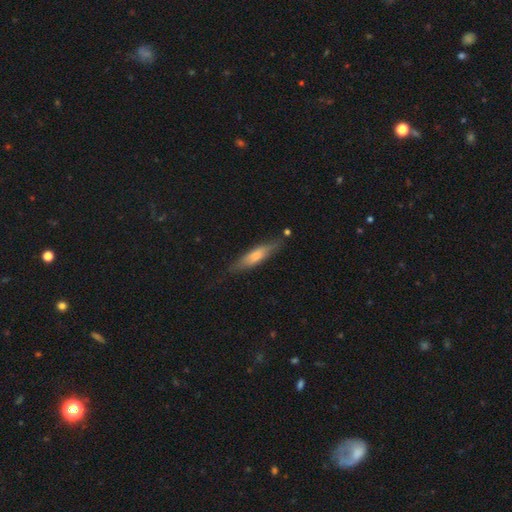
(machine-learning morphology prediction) Smooth or featured? smooth (64%)
How rounded? cigar-shaped (74%)
Merging? none (73%)